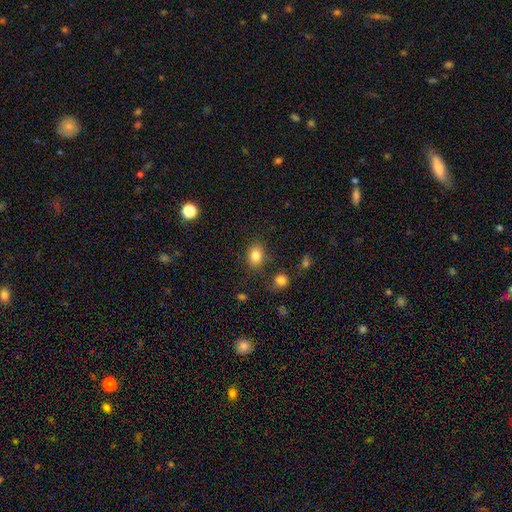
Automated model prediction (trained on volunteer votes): Smooth or featured: smooth — 83% (star or artifact — 10%)
How rounded: in between — 62% (round — 37%)
Merging: none — 80% (minor disturbance — 12%)